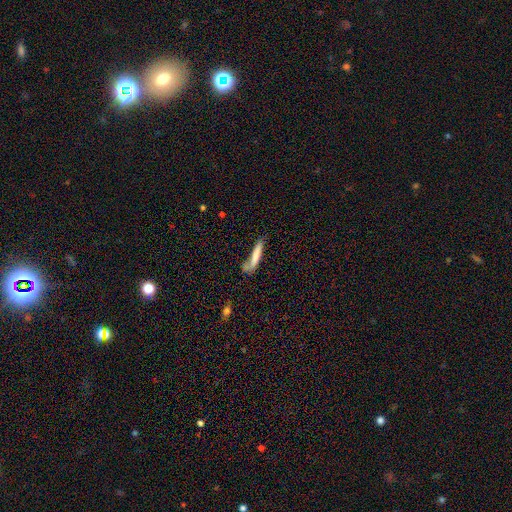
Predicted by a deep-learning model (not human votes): Morphology: type=smooth (72%); roundness=cigar-shaped (90%); merging=none (49%).